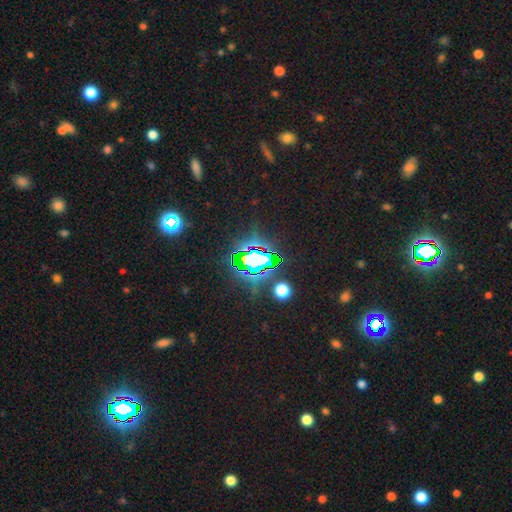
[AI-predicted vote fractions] This is likely a star or artifact rather than a galaxy (73%).